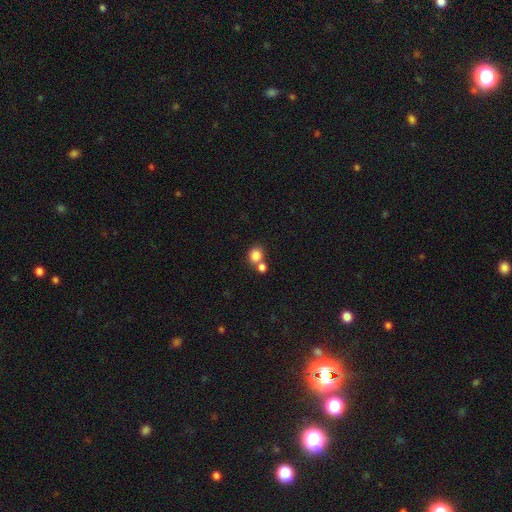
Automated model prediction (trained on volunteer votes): smooth_or_featured: smooth (p=0.83) [alt: star or artifact p=0.10]
how_rounded: round (p=0.78) [alt: in between p=0.21]
merging: none (p=0.51) [alt: merger p=0.38]